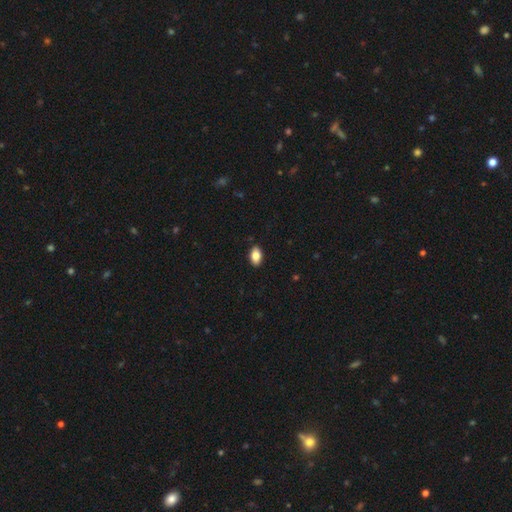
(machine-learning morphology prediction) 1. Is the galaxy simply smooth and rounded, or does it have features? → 85% smooth, 8% featured or disk, 7% star or artifact.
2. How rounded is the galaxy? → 91% in between, 7% round, 2% cigar-shaped.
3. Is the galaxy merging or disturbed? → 89% none, 8% minor disturbance, 2% major disturbance, 1% merger.